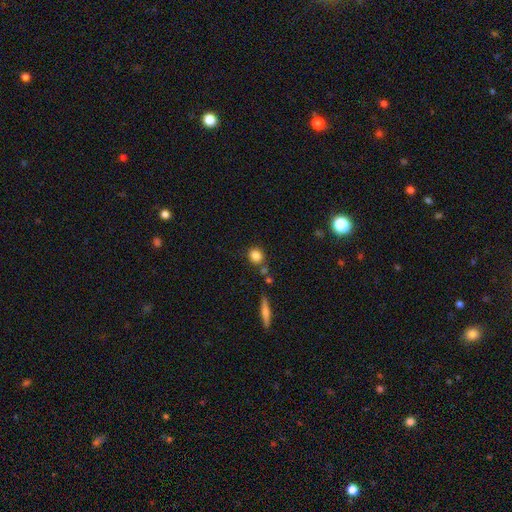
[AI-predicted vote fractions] This appears to be a smooth galaxy with no disk features (83%) that is round (83%). Merging: none (77%).